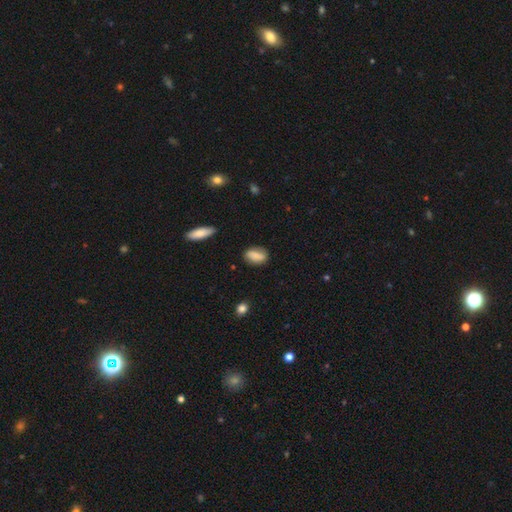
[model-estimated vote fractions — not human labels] This is clearly a smooth galaxy (84%). How rounded: clearly in between (85%). Merging: likely none (80%).